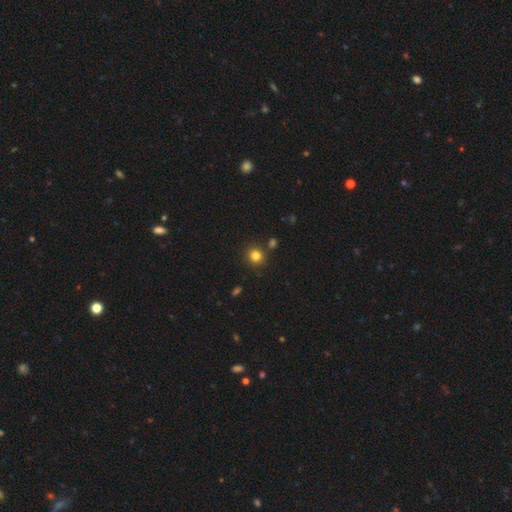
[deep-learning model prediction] Morphology: type=smooth (82%); roundness=round (90%); merging=none (86%).